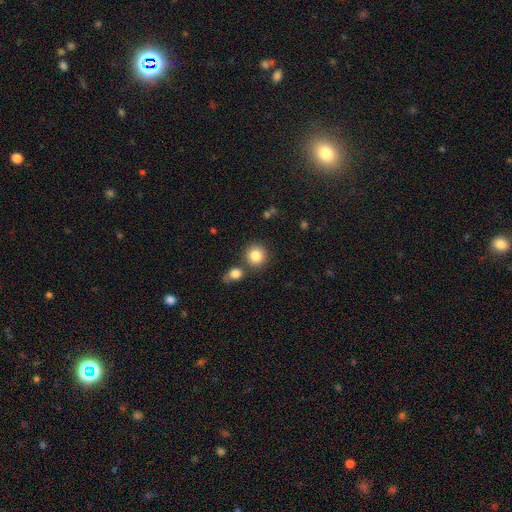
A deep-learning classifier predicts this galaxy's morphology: Smooth or featured? smooth (84%)
How rounded? round (90%)
Merging? none (75%)